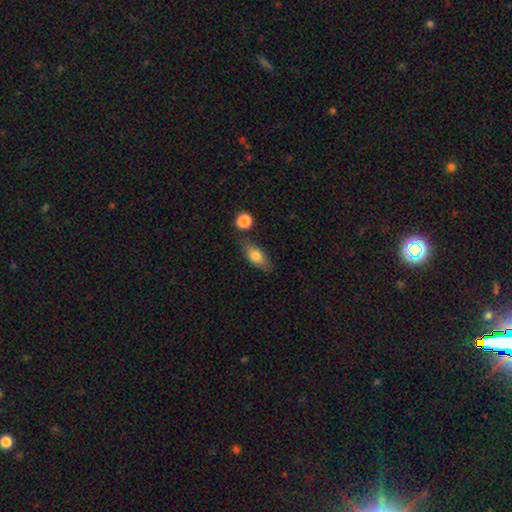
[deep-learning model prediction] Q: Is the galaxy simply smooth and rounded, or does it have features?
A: smooth — 74%.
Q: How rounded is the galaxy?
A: in between — 80%.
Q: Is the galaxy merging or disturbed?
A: none — 72%.